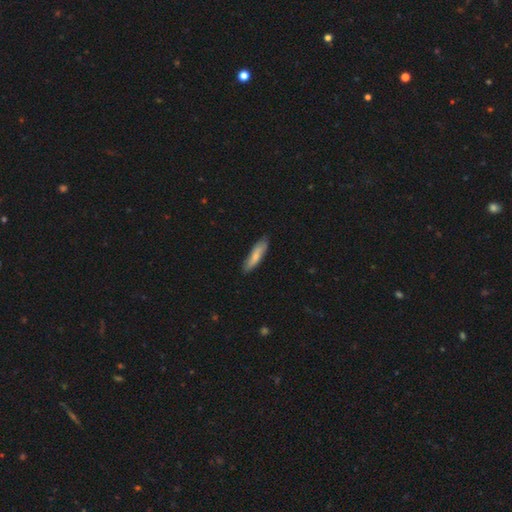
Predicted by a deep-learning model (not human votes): Overall: smooth (75%). How rounded: cigar-shaped (72%). Merging: none (83%).